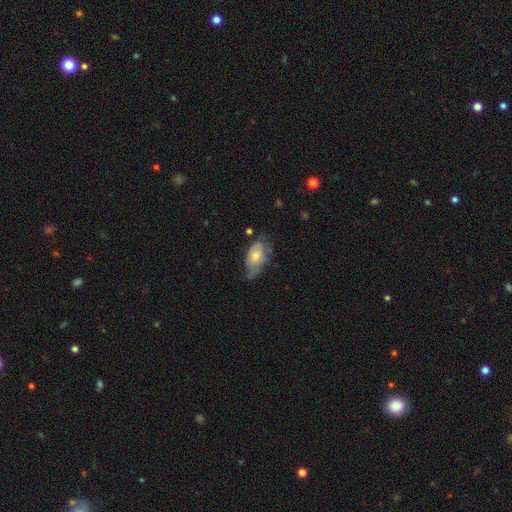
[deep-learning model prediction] A smooth galaxy with no disk features (64%) that is in between round and cigar-shaped (91%).

Vote fractions:
- Smooth or featured? smooth: 64% / featured or disk: 30% / star or artifact: 7%
- How rounded? in between: 91% / round: 5% / cigar-shaped: 3%
- Merging? minor disturbance: 43% / none: 37% / major disturbance: 18% / merger: 3%